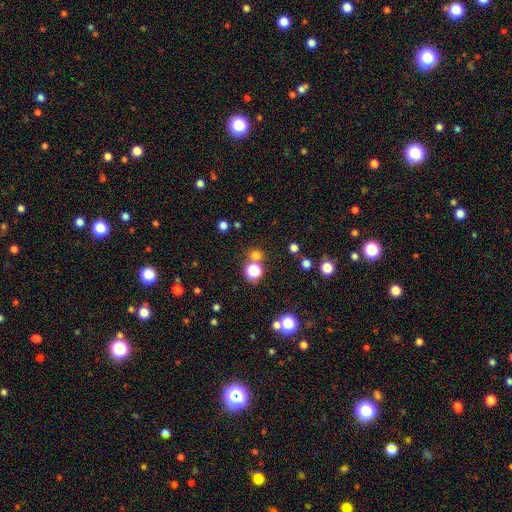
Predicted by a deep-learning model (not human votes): Q: Smooth or featured?
A: smooth (66%); runner-up: star or artifact (28%)
Q: How rounded?
A: round (87%); runner-up: in between (12%)
Q: Merging?
A: none (70%); runner-up: merger (19%)